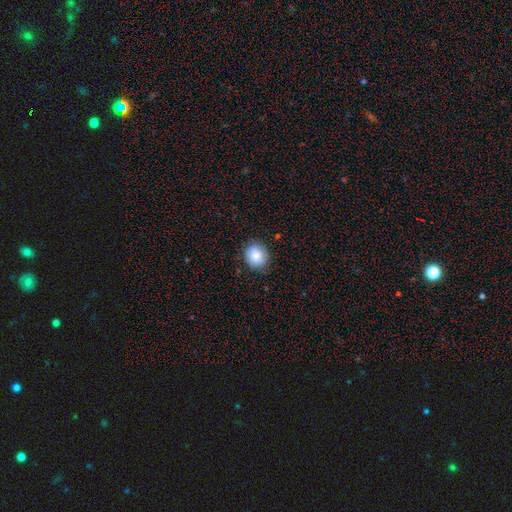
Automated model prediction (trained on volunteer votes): Smooth or featured? Predicted: smooth (p=0.83). How rounded? Predicted: round (p=0.77). Merging? Predicted: none (p=0.84).